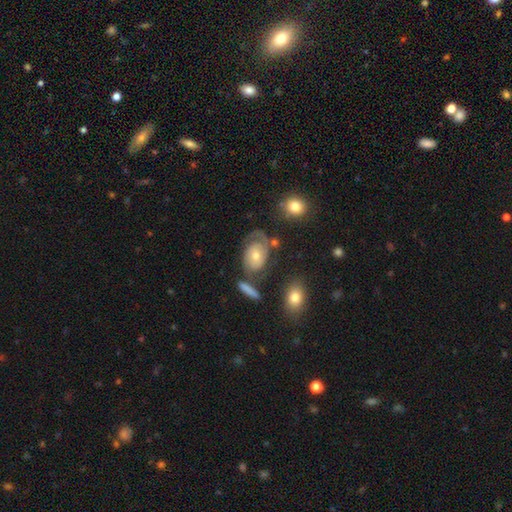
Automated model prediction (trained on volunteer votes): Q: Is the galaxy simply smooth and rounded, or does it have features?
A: featured or disk — 61%.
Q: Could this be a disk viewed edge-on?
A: no — 94%.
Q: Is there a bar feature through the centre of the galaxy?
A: no — 82%.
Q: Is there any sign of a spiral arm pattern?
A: yes — 76%.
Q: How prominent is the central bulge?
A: moderate — 51%.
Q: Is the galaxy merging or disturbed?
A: none — 52%.